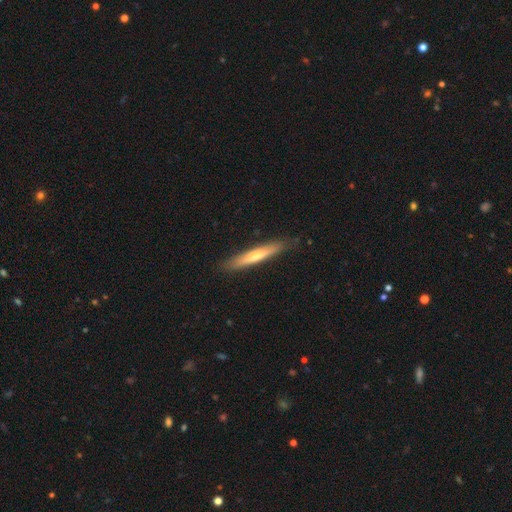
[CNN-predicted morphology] Smooth or featured?
  - smooth: 47% * (tied)
  - featured or disk: 47% * (tied)
  - star or artifact: 6%
Merging?
  - none: 87% *
  - minor disturbance: 10%
  - major disturbance: 2%
  - merger: 1%